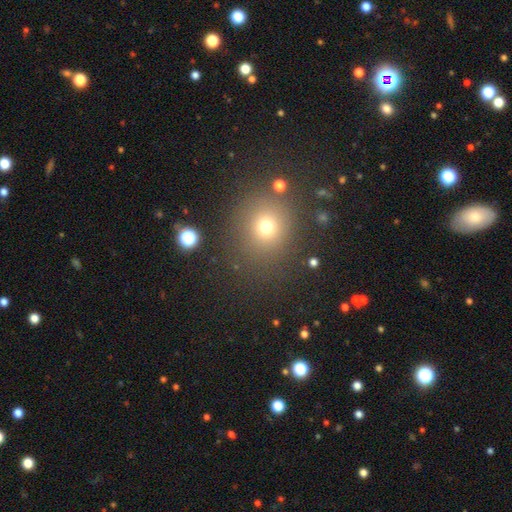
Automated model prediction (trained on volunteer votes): Overall: smooth (56%; star or artifact 36%). How rounded: round (81%). Merging: none (87%).